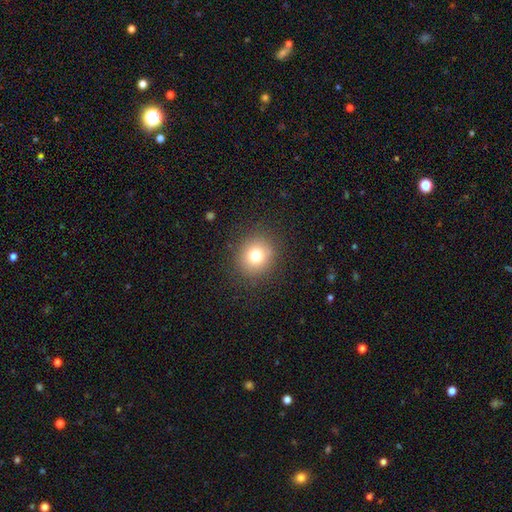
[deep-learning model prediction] Smooth or featured: smooth — 76% (star or artifact — 13%)
How rounded: round — 84% (in between — 15%)
Merging: none — 87% (minor disturbance — 8%)